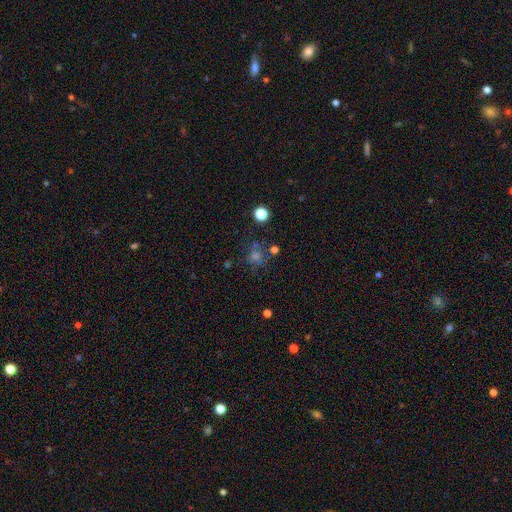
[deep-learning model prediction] smooth_or_featured: smooth (p=0.45) [alt: star or artifact p=0.42]
merging: none (p=0.70) [alt: minor disturbance p=0.13]